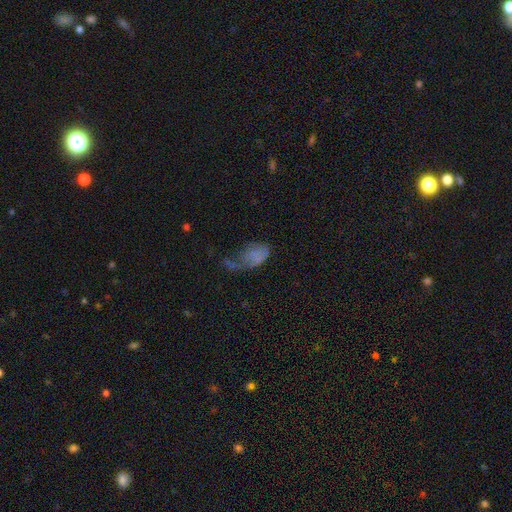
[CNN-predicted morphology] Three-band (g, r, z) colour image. It shows a smooth galaxy with no disk features (54%) that is in between round and cigar-shaped (91%). Merging: major disturbance (51%).